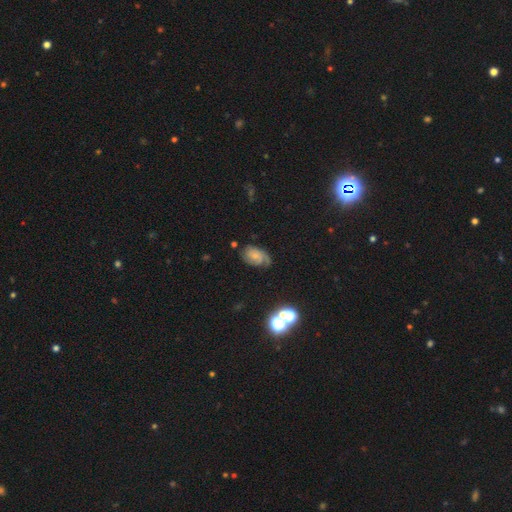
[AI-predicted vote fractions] smooth-or-featured: featured or disk: 64% | smooth: 24% | star or artifact: 12%
  disk-edge-on: no: 96% | yes: 4%
    bar: no: 74% | weak: 23% | strong: 4%
    has-spiral-arms: yes: 92% | no: 8%
      spiral-winding: tight: 50% | medium: 35% | loose: 14%
      spiral-arm-count: 2: 39% | can't tell: 25% | 1: 16% | 3: 14% | 4: 3% | more than 4: 3%
    bulge-size: small: 64% | moderate: 26% | none: 7% | large: 2% | dominant: 1%
  merging: none: 60% | minor disturbance: 26% | major disturbance: 12% | merger: 3%